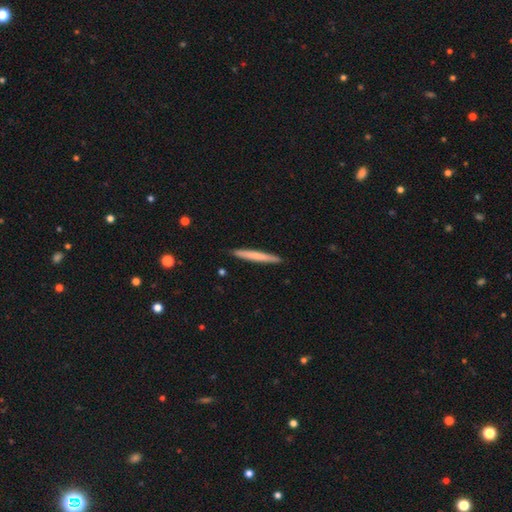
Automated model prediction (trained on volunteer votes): The model was most divided on "smooth or featured": smooth: 66%, featured or disk: 28%, star or artifact: 5%. More confident: how rounded — cigar-shaped (97%); merging — none (91%).